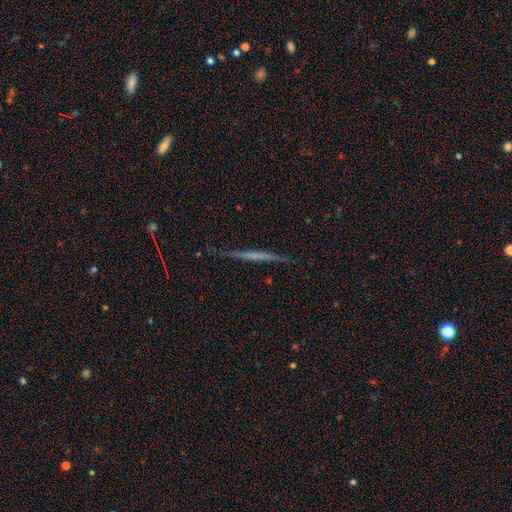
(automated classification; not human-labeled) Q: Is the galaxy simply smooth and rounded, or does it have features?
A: featured or disk — 58%.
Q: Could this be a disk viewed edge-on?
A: yes — 97%.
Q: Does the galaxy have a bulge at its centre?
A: none — 84%.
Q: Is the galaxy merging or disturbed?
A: none — 89%.